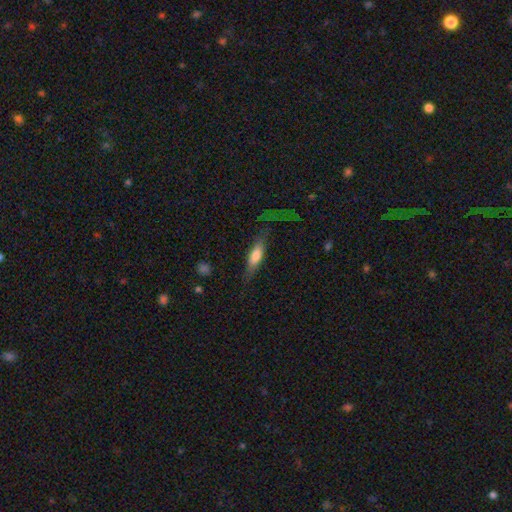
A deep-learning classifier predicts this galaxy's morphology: A smooth galaxy with no disk features (63%) that is cigar-shaped (55%). Merging: none (52%).